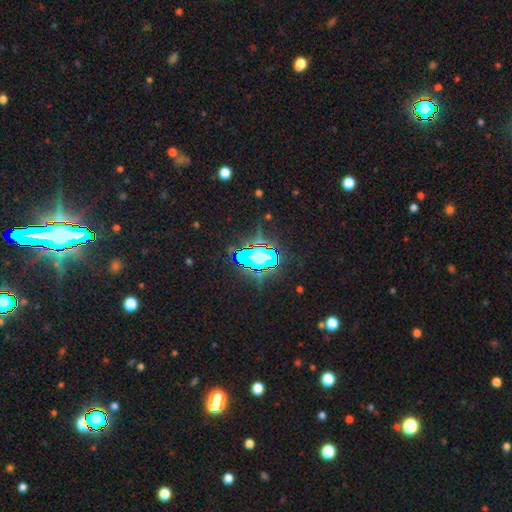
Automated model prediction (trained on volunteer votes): Q: Smooth or featured?
A: star or artifact (59%); runner-up: smooth (26%)